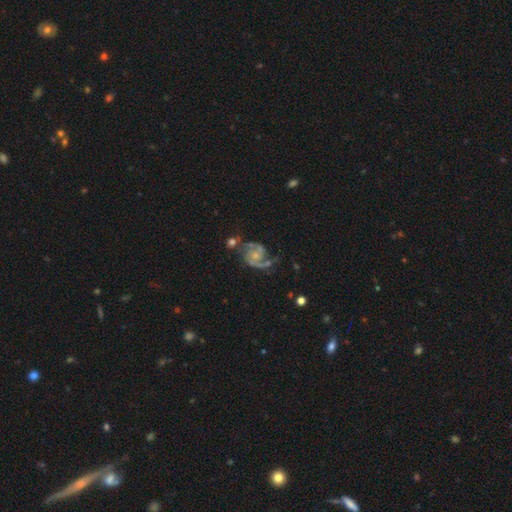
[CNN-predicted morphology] Q: Smooth or featured?
A: featured or disk (88%); runner-up: star or artifact (6%)
Q: Edge-on disk?
A: no (98%); runner-up: yes (2%)
Q: Bar?
A: no (64%); runner-up: weak (30%)
Q: Spiral arms?
A: yes (97%); runner-up: no (3%)
Q: Spiral winding?
A: medium (55%); runner-up: tight (23%)
Q: Spiral arm count?
A: 2 (86%); runner-up: 1 (4%)
Q: Bulge size?
A: small (52%); runner-up: moderate (33%)
Q: Merging?
A: none (52%); runner-up: minor disturbance (20%)